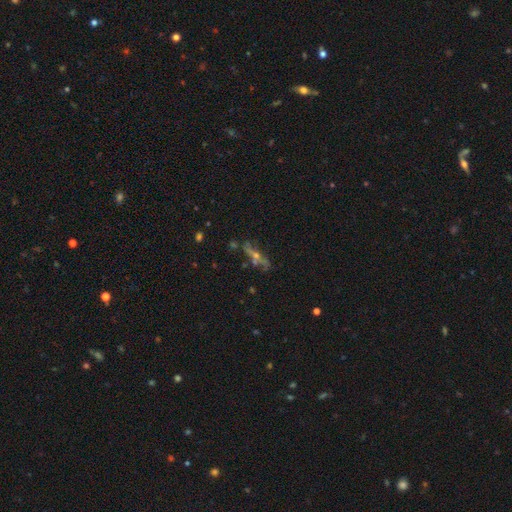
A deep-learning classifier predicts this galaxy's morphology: type=featured or disk (57%); edge-on=no (50%, tied with yes); merging=none (60%).